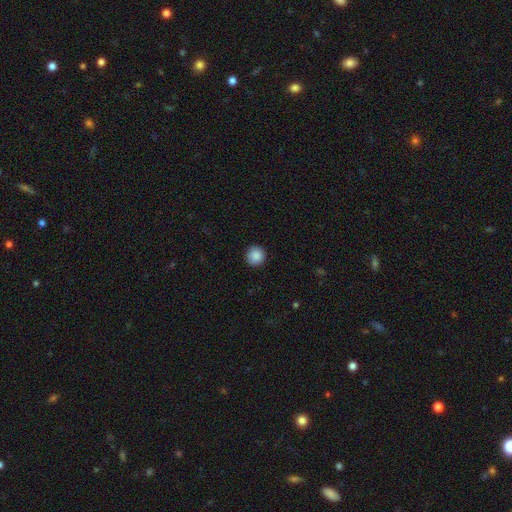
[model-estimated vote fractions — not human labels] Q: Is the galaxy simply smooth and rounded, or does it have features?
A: smooth — 88%.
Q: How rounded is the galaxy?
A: round — 95%.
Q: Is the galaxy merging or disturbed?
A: none — 92%.